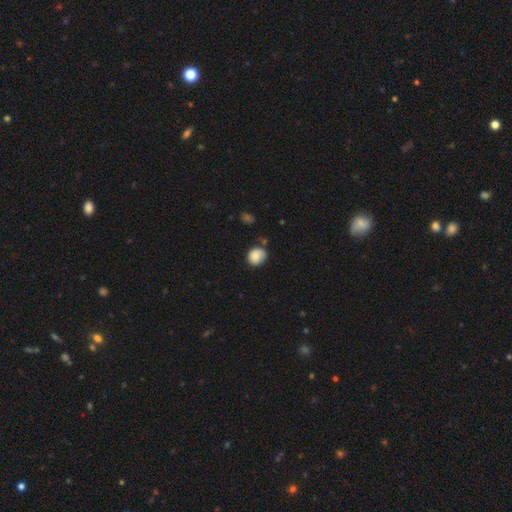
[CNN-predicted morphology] smooth-or-featured: smooth: 84% | star or artifact: 8% | featured or disk: 7%
  how-rounded: round: 72% | in between: 27% | cigar-shaped: 1%
  merging: none: 64% | minor disturbance: 26% | major disturbance: 6% | merger: 4%